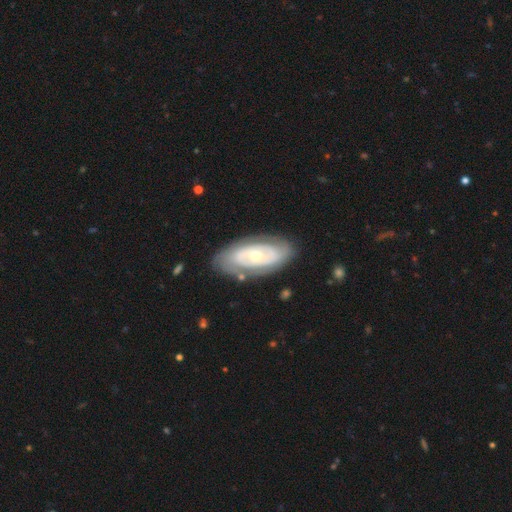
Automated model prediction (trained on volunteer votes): This is likely a featured or disk galaxy (75%). It is clearly not viewed edge-on (92%). Bar: likely no (79%). Spiral arm pattern: likely yes (61%). Central bulge: possibly moderate (48%). Merging: likely none (79%).